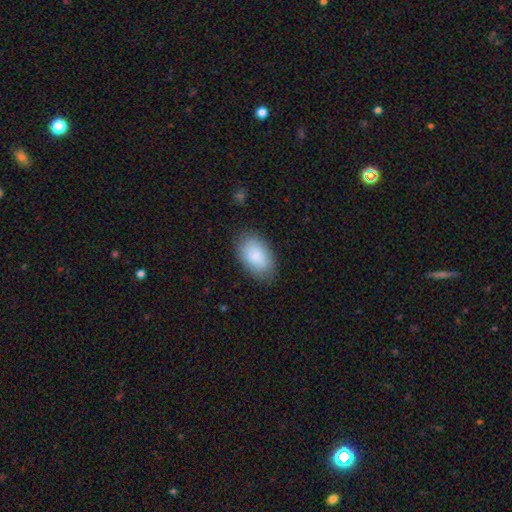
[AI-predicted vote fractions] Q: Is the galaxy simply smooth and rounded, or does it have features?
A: smooth — 87%.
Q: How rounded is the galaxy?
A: in between — 93%.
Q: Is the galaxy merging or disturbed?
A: none — 83%.